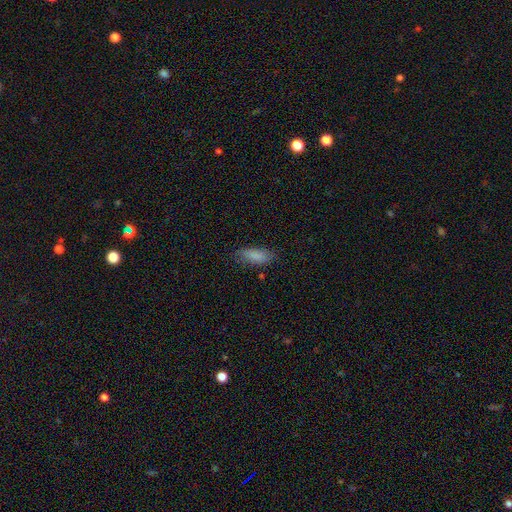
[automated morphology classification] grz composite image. It shows a smooth galaxy with no disk features (86%) that is in between round and cigar-shaped (71%). Merging: none (75%).